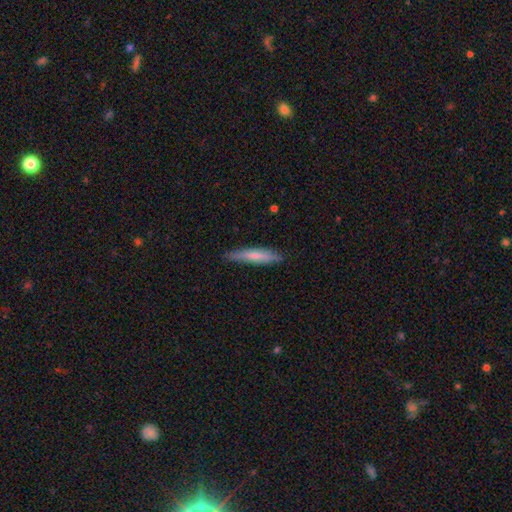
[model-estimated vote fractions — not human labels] Smooth or featured: smooth — 65% (featured or disk — 30%)
How rounded: cigar-shaped — 89% (in between — 10%)
Merging: none — 84% (minor disturbance — 13%)